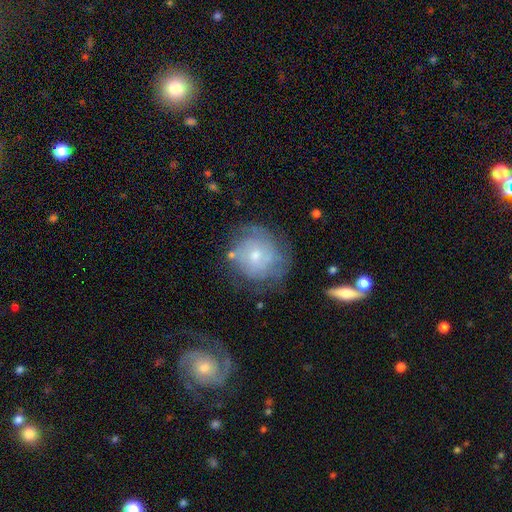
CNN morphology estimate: The model was most divided on "bulge size": small: 55%, moderate: 40%, large: 2%, none: 2%, dominant: 1%. More confident: edge-on disk — no (96%); bar — no (77%); spiral arms — yes (75%); merging — none (64%); smooth or featured — featured or disk (60%).